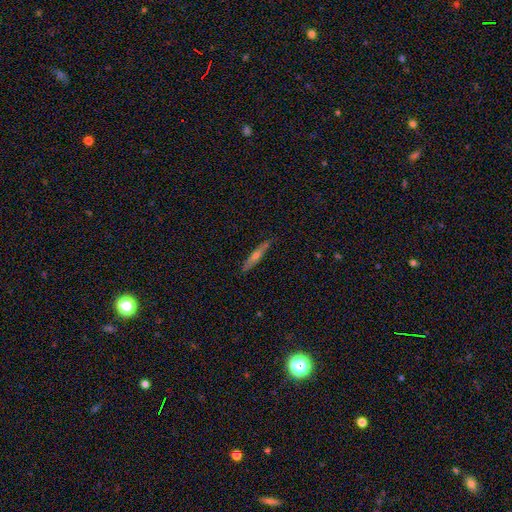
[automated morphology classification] Smooth or featured? featured or disk (54%)
Edge-on disk? yes (93%)
Edge-on bulge? rounded (78%)
Merging? none (88%)